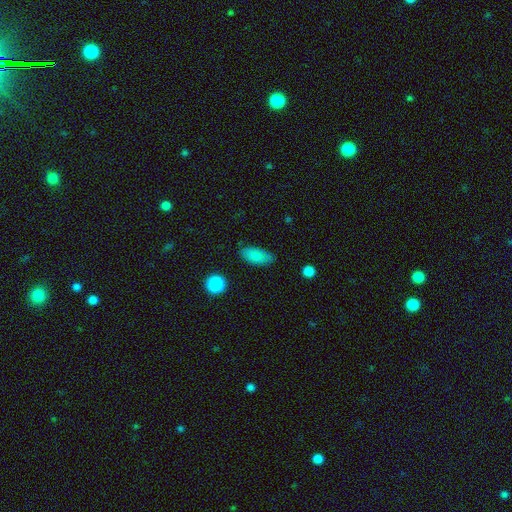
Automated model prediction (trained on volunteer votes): Morphology: type=smooth (85%); roundness=in between (88%); merging=none (81%).